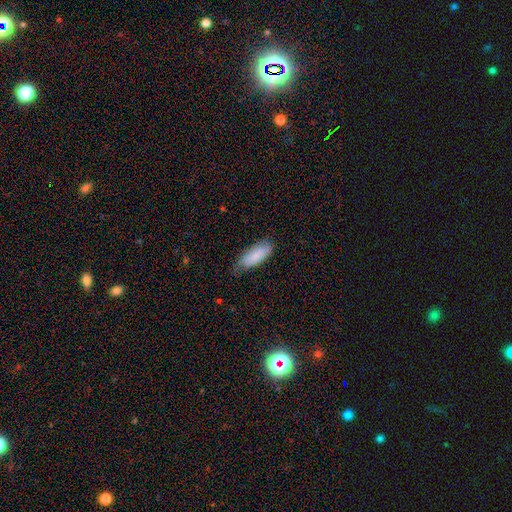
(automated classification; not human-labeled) A smooth galaxy with no disk features (84%) that is in between round and cigar-shaped (75%). Merging: none (59%).